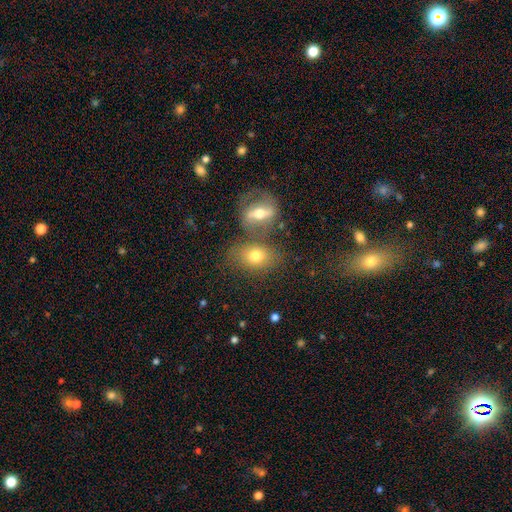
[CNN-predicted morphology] A smooth galaxy with no disk features (67%) that is in between round and cigar-shaped (67%). Merging: none (53%).